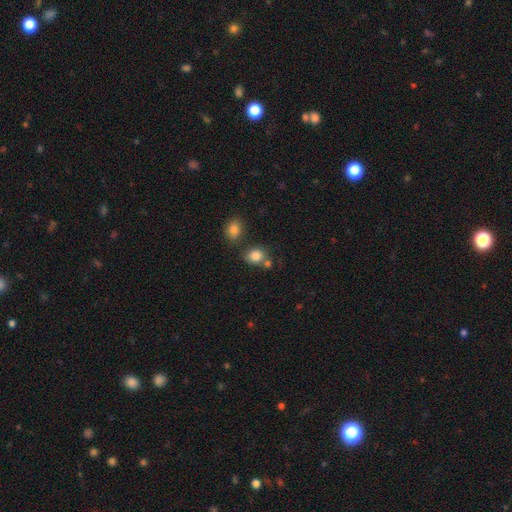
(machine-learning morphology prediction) type=smooth (83%); roundness=round (57%); merging=none (60%).